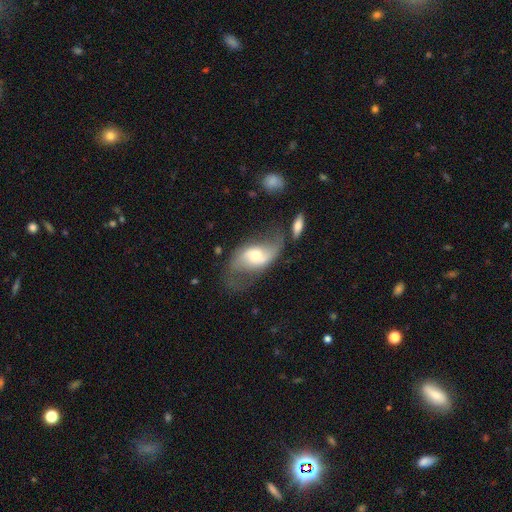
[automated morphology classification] A featured or disk galaxy (67%) with no bar (50%), 2 (86%) loose (71%) spiral arms (83%) and a moderate central bulge (59%). Merging: none (46%).